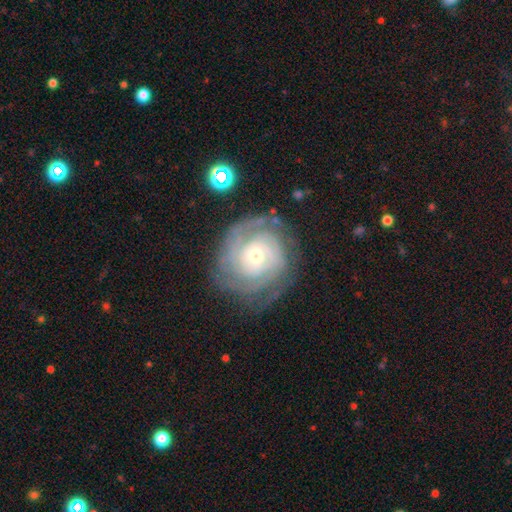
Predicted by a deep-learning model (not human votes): Smooth or featured? Predicted: featured or disk (p=0.85). Edge-on disk? Predicted: no (p=0.97). Bar? Predicted: no (p=0.78). Spiral arms? Predicted: yes (p=0.95). Spiral winding? Predicted: tight (p=0.79). Spiral arm count? Predicted: can't tell (p=0.35). Bulge size? Predicted: small (p=0.58). Merging? Predicted: none (p=0.75).